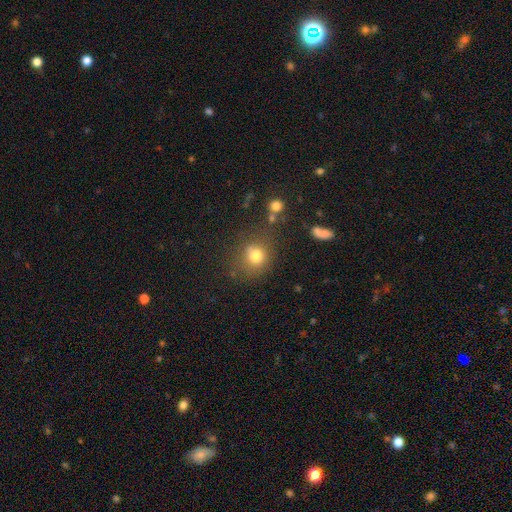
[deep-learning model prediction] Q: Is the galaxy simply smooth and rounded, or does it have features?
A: smooth — 77%.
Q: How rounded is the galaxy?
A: round — 81%.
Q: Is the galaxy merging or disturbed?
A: none — 68%.